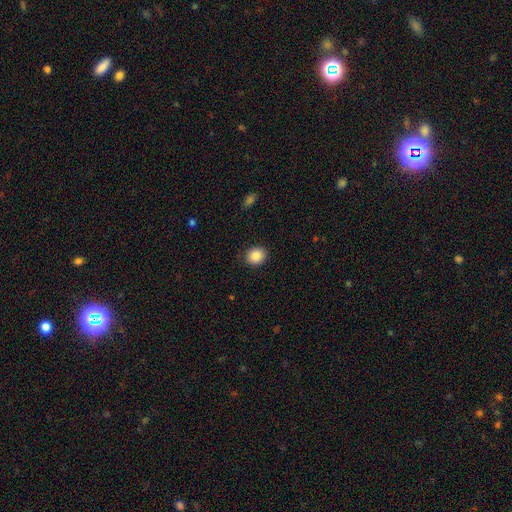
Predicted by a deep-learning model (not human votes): A smooth galaxy with no disk features (87%) that is round (70%). Merging: none (89%).